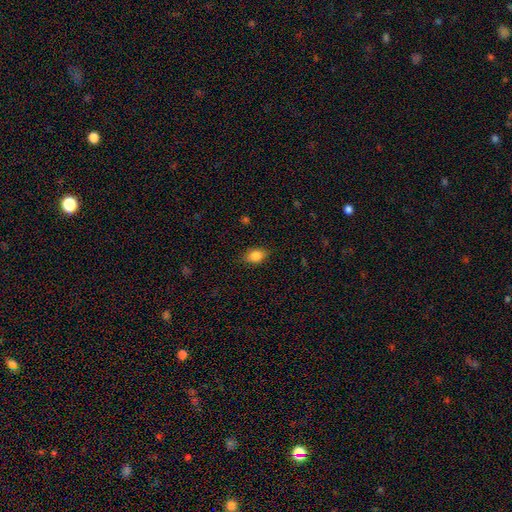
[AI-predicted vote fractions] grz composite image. It shows a smooth galaxy with no disk features (84%) that is in between round and cigar-shaped (81%). Merging: none (84%).